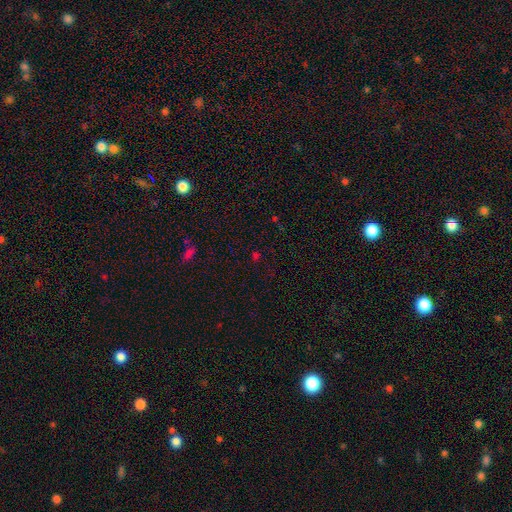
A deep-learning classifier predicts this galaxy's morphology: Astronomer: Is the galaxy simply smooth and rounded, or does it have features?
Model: star or artifact — 56% (runner-up: smooth, 37%).